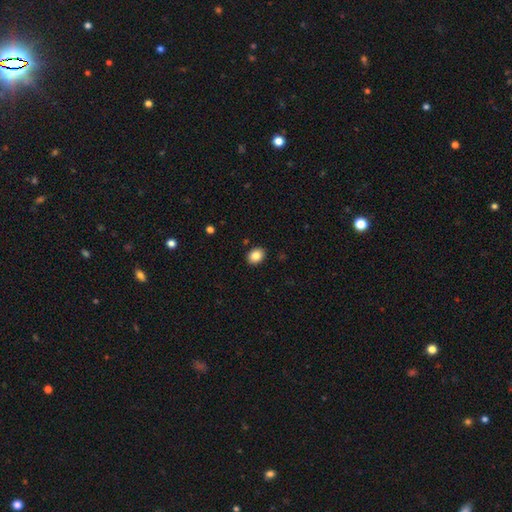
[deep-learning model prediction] Smooth or featured? Predicted: smooth (p=0.86). How rounded? Predicted: in between (p=0.59). Merging? Predicted: none (p=0.90).